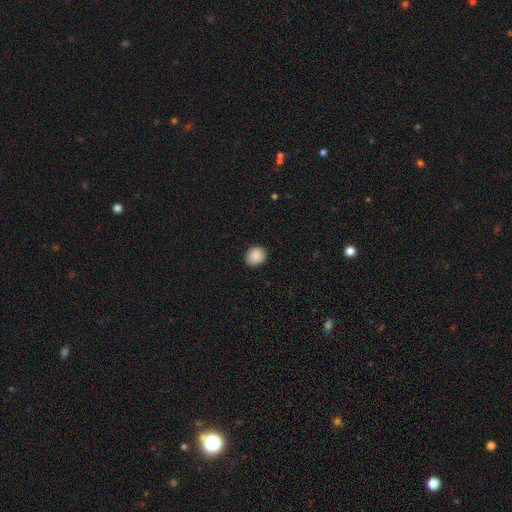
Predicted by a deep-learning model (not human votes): A smooth galaxy with no disk features (89%) that is round (77%). Merging: none (86%).